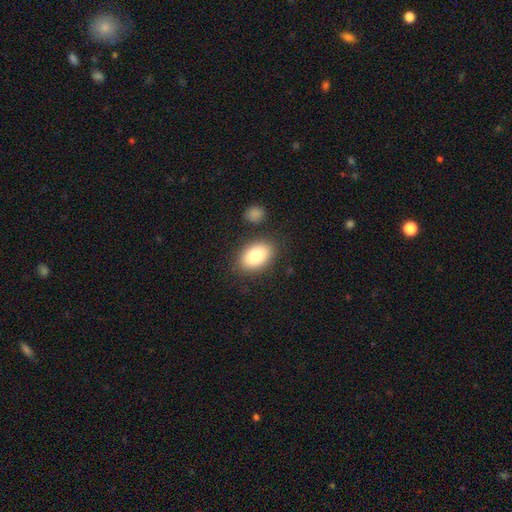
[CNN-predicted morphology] smooth-or-featured: smooth: 84% | featured or disk: 9% | star or artifact: 7%
  how-rounded: in between: 89% | round: 10% | cigar-shaped: 1%
  merging: none: 82% | minor disturbance: 11% | merger: 4% | major disturbance: 3%